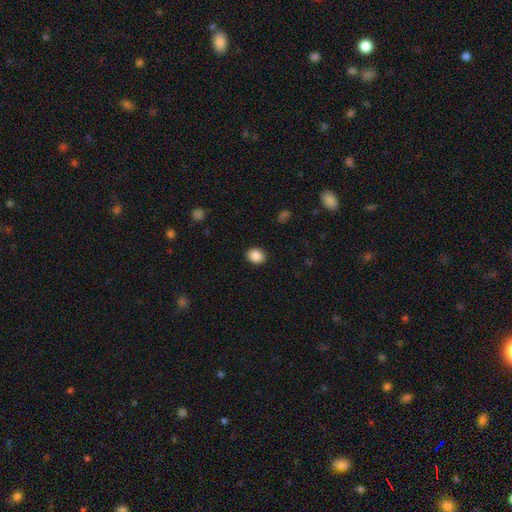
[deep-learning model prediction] The model was most divided on "how rounded": round: 59%, in between: 40%, cigar-shaped: 1%. More confident: merging — none (91%); smooth or featured — smooth (88%).